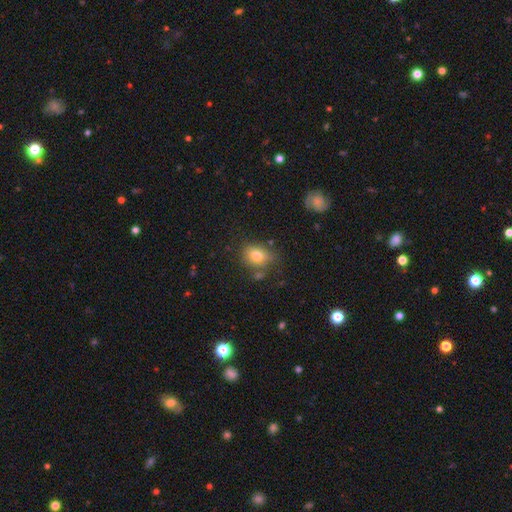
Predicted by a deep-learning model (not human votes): Smooth or featured?
  - smooth: 79% *
  - featured or disk: 11%
  - star or artifact: 11%
How rounded?
  - in between: 53% *
  - round: 46%
  - cigar-shaped: 1%
Merging?
  - none: 68% *
  - minor disturbance: 20%
  - merger: 7%
  - major disturbance: 5%